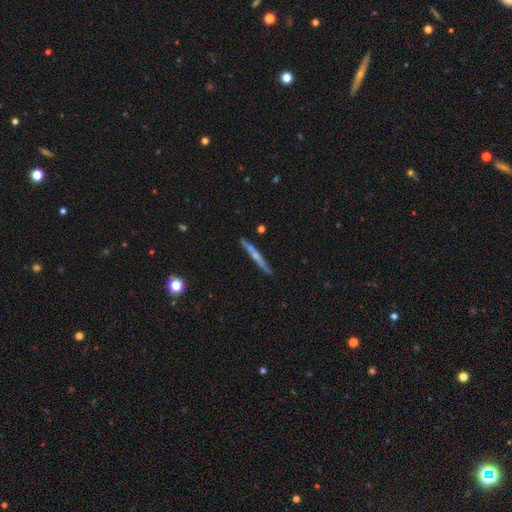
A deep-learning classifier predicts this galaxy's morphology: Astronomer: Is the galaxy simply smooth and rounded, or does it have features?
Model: featured or disk — 62%.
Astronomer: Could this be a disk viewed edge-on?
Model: yes — 95%.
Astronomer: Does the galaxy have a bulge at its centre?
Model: rounded — 50% (runner-up: none, 43%).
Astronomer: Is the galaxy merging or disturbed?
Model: none — 83%.